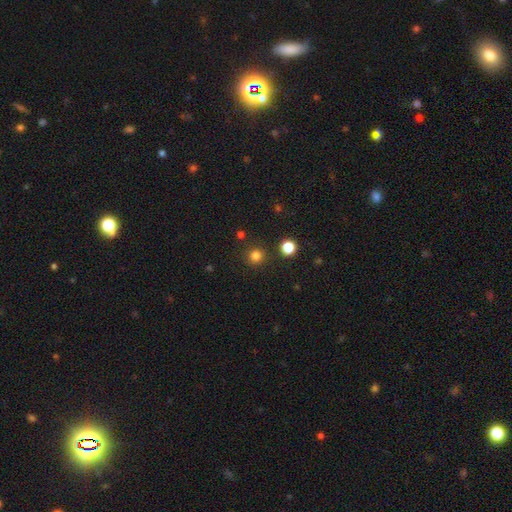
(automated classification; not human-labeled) smooth 81%, star or artifact 15%, featured or disk 4%. Down the decision tree: how rounded — round (93%); merging — none (89%).